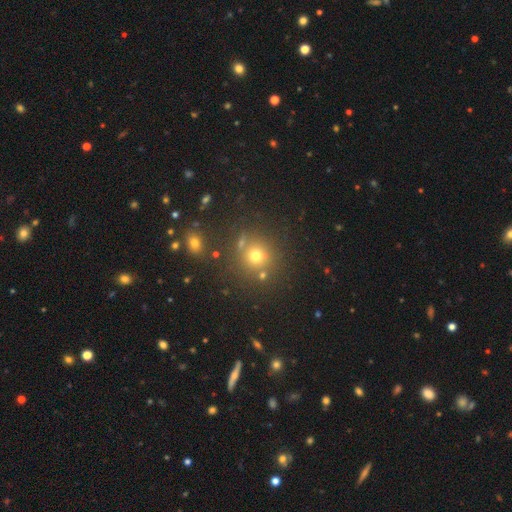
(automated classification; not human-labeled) Morphology: type=smooth (69%); roundness=round (90%); merging=none (76%).